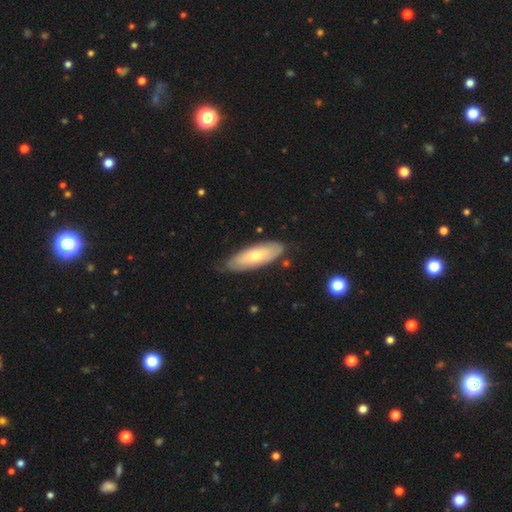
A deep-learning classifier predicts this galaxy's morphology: A smooth galaxy with no disk features (49%).

Vote fractions:
- Smooth or featured? smooth: 49% / featured or disk: 45% / star or artifact: 6%
- Merging? none: 77% / minor disturbance: 18% / major disturbance: 3% / merger: 2%